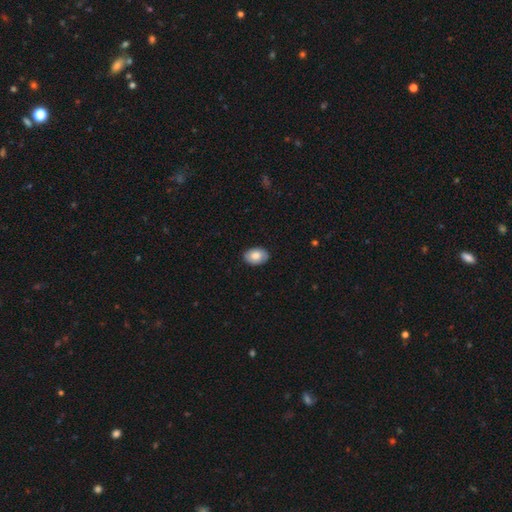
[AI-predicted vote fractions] Smooth or featured: smooth — 82% (featured or disk — 12%)
How rounded: in between — 84% (round — 15%)
Merging: none — 88% (minor disturbance — 9%)